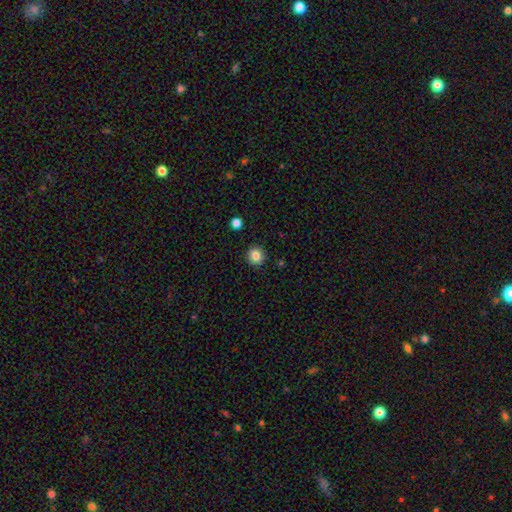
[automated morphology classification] smooth 84%, star or artifact 10%, featured or disk 6%. Down the decision tree: how rounded — round (93%); merging — none (92%).